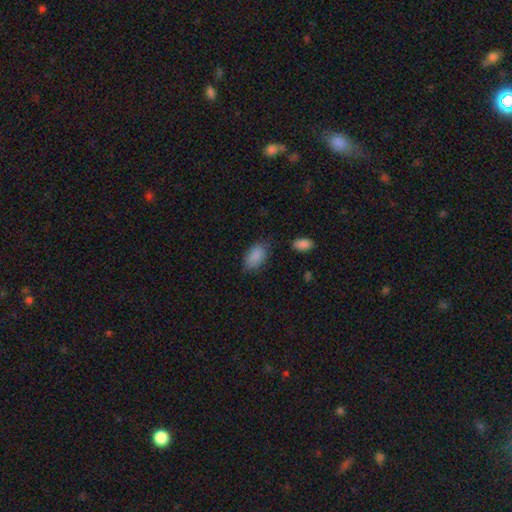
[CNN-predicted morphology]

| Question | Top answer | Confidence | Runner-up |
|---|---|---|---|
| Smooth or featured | smooth | 87% | star or artifact (8%) |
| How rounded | in between | 92% | round (6%) |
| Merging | none | 71% | minor disturbance (21%) |